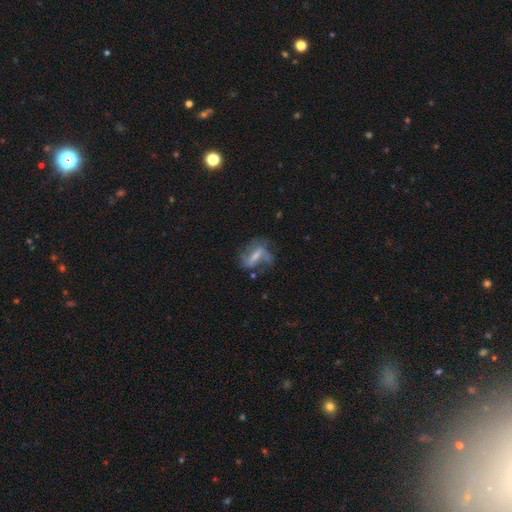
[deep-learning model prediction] smooth-or-featured: featured or disk: 63% | smooth: 28% | star or artifact: 9%
  disk-edge-on: no: 90% | yes: 10%
    bar: strong: 46% | weak: 36% | no: 18%
    has-spiral-arms: yes: 68% | no: 32%
    bulge-size: moderate: 35% | small: 32% | none: 24% | large: 8% | dominant: 2%
  merging: none: 46% | major disturbance: 25% | minor disturbance: 25% | merger: 4%